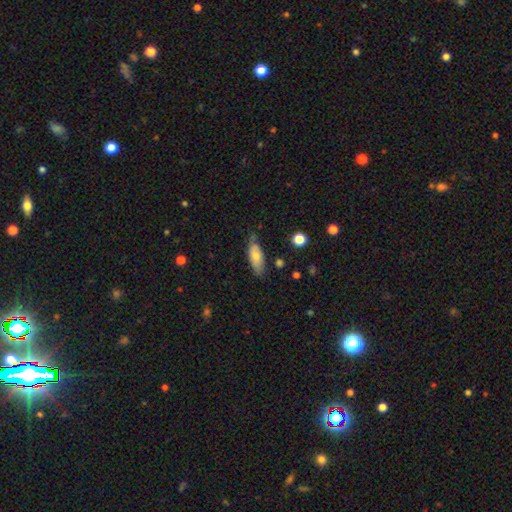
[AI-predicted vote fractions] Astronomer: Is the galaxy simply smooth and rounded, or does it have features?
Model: smooth — 72%.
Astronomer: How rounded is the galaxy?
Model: in between — 71%.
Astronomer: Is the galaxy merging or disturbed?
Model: none — 69%.